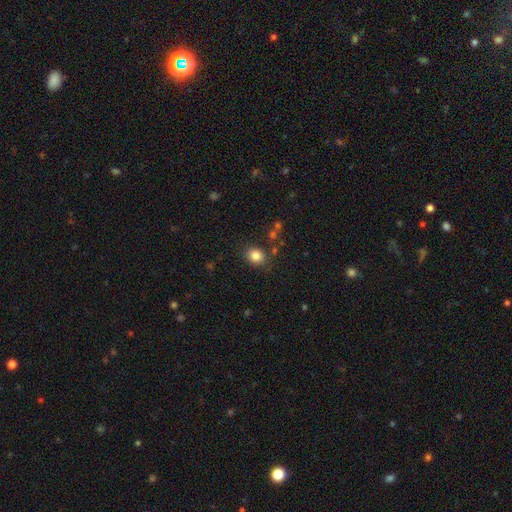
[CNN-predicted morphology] smooth 83%, star or artifact 11%, featured or disk 6%. Down the decision tree: how rounded — round (59%); merging — none (82%).